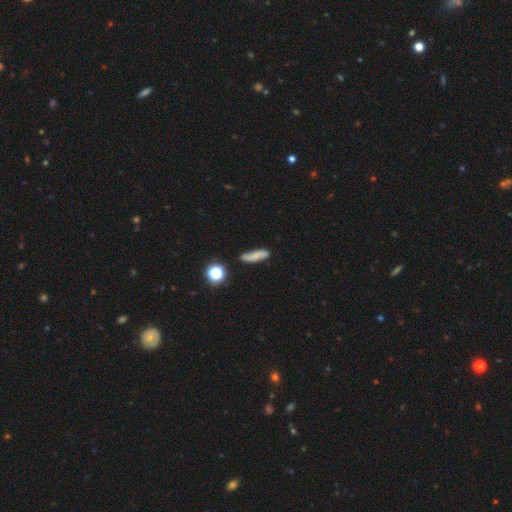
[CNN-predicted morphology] Smooth or featured? smooth (67%)
How rounded? cigar-shaped (63%)
Merging? none (71%)